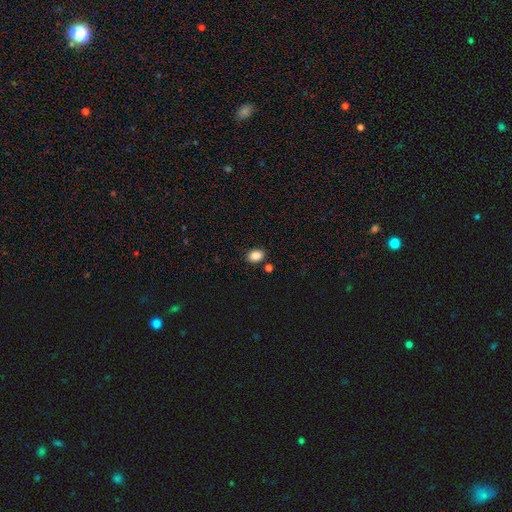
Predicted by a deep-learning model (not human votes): A smooth galaxy with no disk features (86%) that is in between round and cigar-shaped (71%). Merging: none (84%).